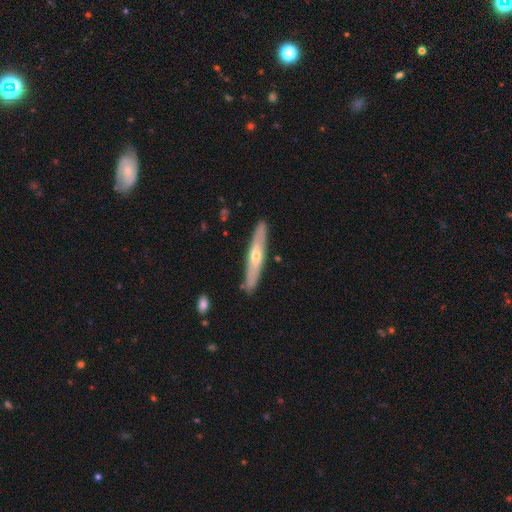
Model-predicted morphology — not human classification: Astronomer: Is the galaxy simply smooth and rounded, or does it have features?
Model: featured or disk — 63%.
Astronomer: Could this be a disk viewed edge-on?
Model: yes — 83%.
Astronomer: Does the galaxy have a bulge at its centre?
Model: rounded — 85%.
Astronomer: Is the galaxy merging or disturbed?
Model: none — 87%.